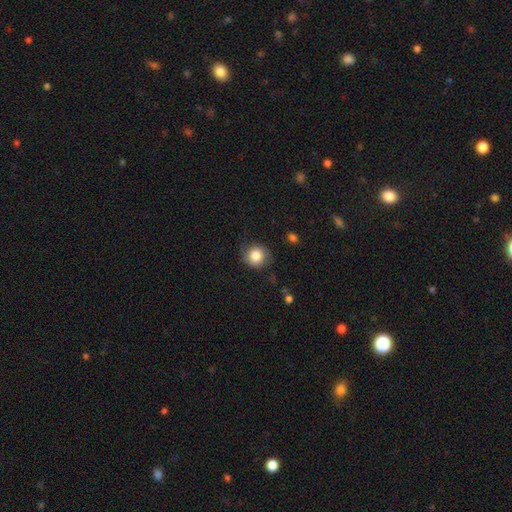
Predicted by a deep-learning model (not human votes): Overall: smooth (79%). How rounded: round (85%). Merging: none (69%).